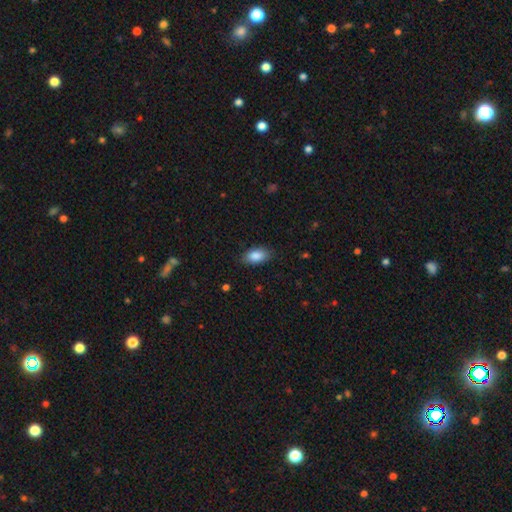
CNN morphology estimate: A smooth galaxy with no disk features (87%) that is in between round and cigar-shaped (92%). Merging: none (83%).